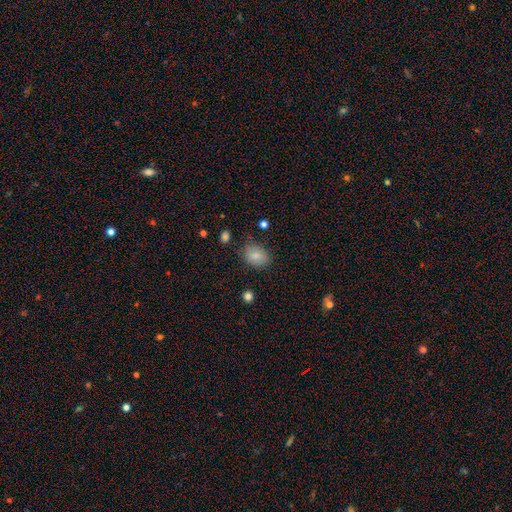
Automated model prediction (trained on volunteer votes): Smooth or featured: smooth — 82% (featured or disk — 10%)
How rounded: in between — 63% (round — 36%)
Merging: none — 77% (minor disturbance — 17%)